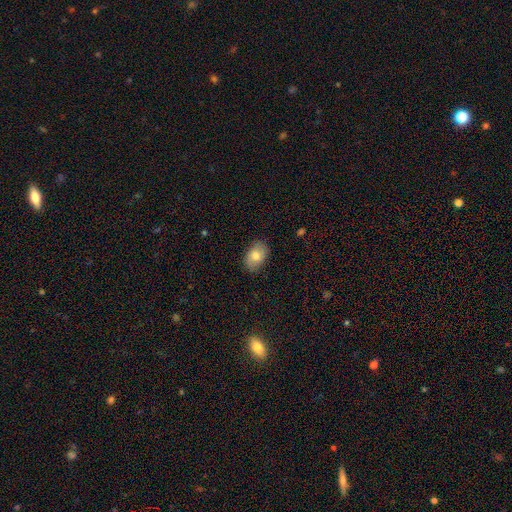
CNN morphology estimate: type=smooth (75%); roundness=in between (85%); merging=none (84%).